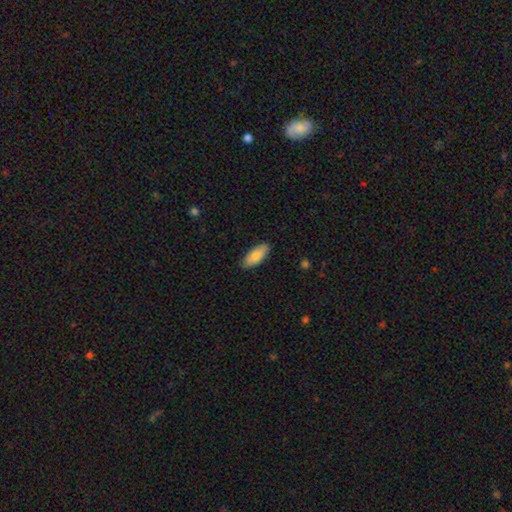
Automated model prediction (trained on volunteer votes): smooth_or_featured: smooth (p=0.81) [alt: featured or disk p=0.13]
how_rounded: in between (p=0.86) [alt: cigar-shaped p=0.12]
merging: none (p=0.87) [alt: minor disturbance p=0.10]